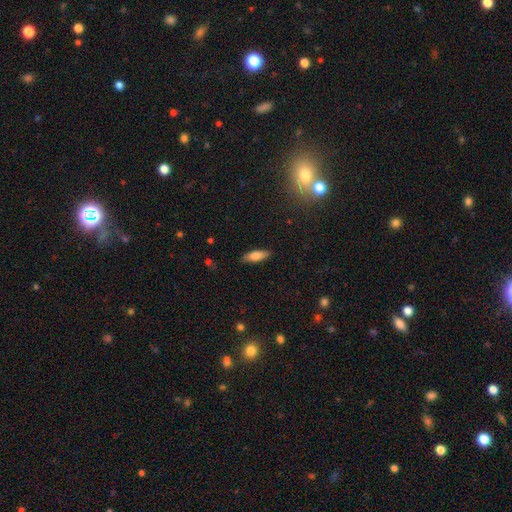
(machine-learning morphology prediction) Smooth or featured? Predicted: smooth (p=0.76). How rounded? Predicted: in between (p=0.61). Merging? Predicted: none (p=0.86).